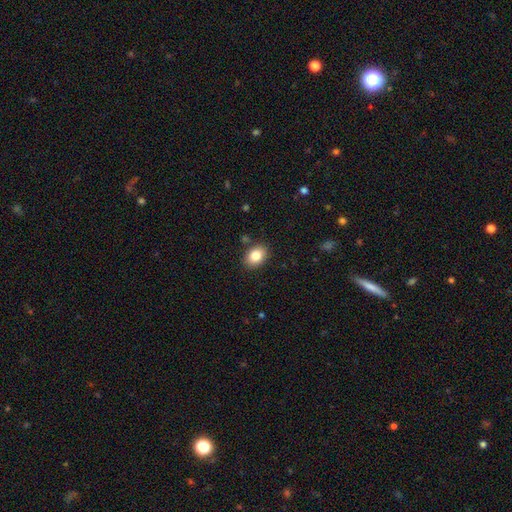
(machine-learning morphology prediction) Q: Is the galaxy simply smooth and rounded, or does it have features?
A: smooth — 84%.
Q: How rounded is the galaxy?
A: in between — 72%.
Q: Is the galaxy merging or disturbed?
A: none — 85%.